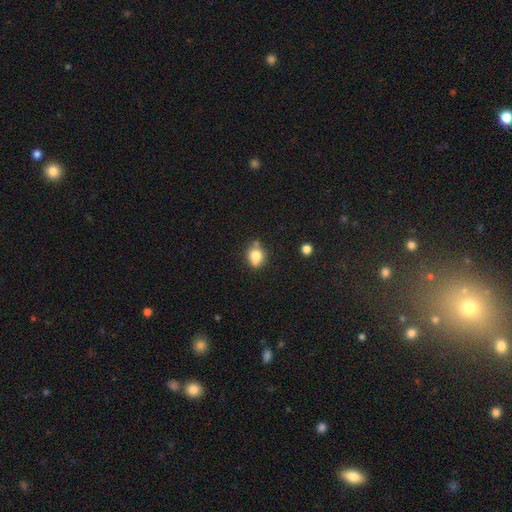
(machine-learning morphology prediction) A smooth galaxy with no disk features (77%) that is round (66%). Merging: none (63%).